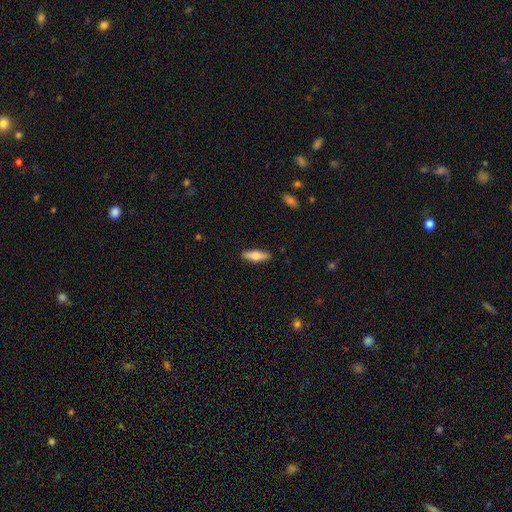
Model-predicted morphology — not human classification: This is likely a smooth galaxy (61%). How rounded: possibly cigar-shaped (55%). Merging: clearly none (89%).